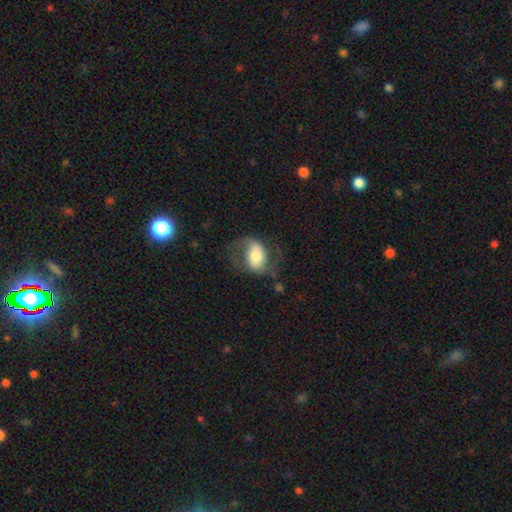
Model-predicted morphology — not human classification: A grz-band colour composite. It shows a featured or disk galaxy (62%) with a weak bar (35%, tied with strong), 2 (88%) loose (46%) spiral arms (84%) and a moderate central bulge (51%). Merging: none (60%).